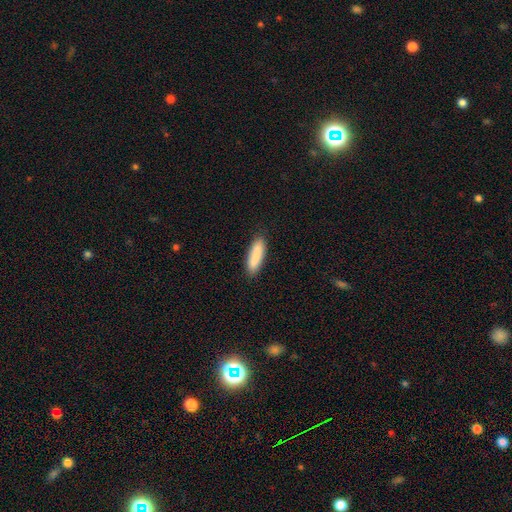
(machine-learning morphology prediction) Overall: smooth (89%). How rounded: cigar-shaped (55%; in between 44%). Merging: none (88%).